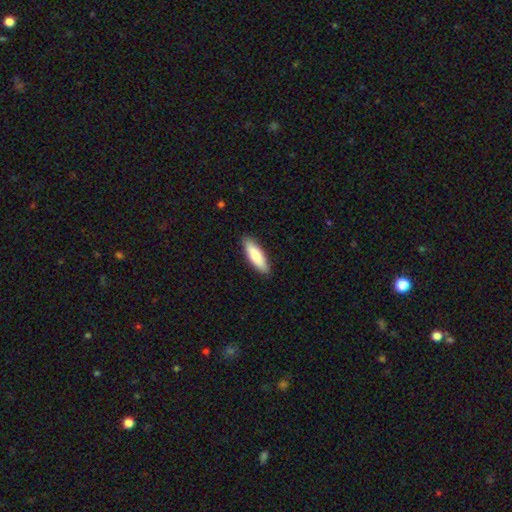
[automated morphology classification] smooth 82%, featured or disk 13%, star or artifact 5%. Down the decision tree: how rounded — in between (51%); merging — none (88%).